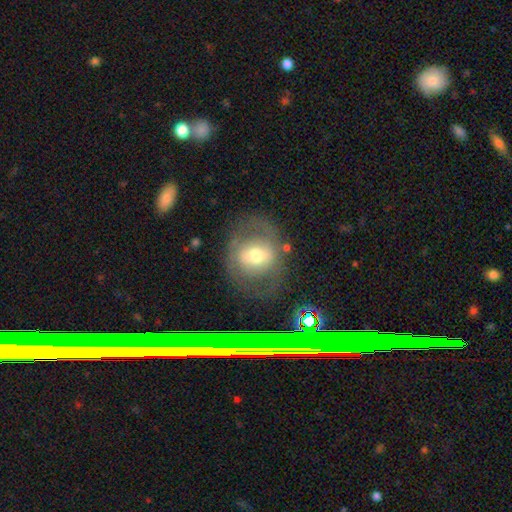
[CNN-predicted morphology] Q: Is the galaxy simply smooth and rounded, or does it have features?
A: smooth — 47%.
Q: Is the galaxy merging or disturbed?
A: none — 70%.